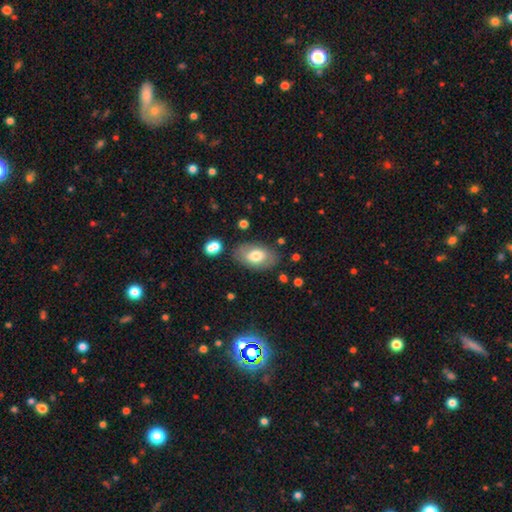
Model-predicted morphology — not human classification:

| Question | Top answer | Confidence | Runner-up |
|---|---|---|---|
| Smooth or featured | smooth | 71% | featured or disk (22%) |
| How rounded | in between | 91% | round (8%) |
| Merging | none | 79% | minor disturbance (14%) |